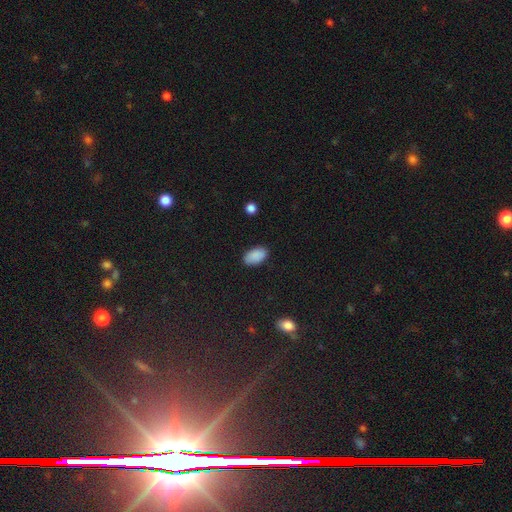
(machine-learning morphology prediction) This appears to be a smooth galaxy with no disk features (89%) that is in between round and cigar-shaped (95%). Merging: none (87%).